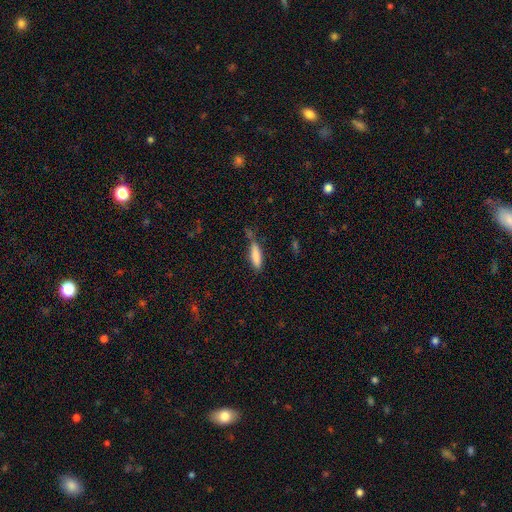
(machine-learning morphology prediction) A smooth galaxy with no disk features (84%) that is cigar-shaped (61%). Merging: none (56%).